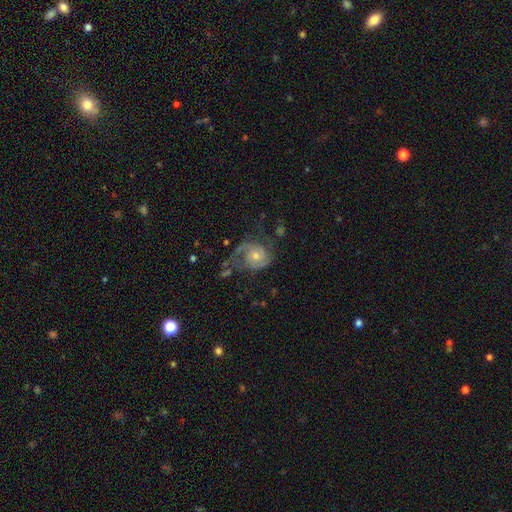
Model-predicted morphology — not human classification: Smooth or featured? featured or disk (78%)
Edge-on disk? no (97%)
Bar? no (76%)
Spiral arms? yes (92%)
Spiral winding? medium (41%)
Spiral arm count? 2 (54%)
Bulge size? moderate (52%)
Merging? none (47%)